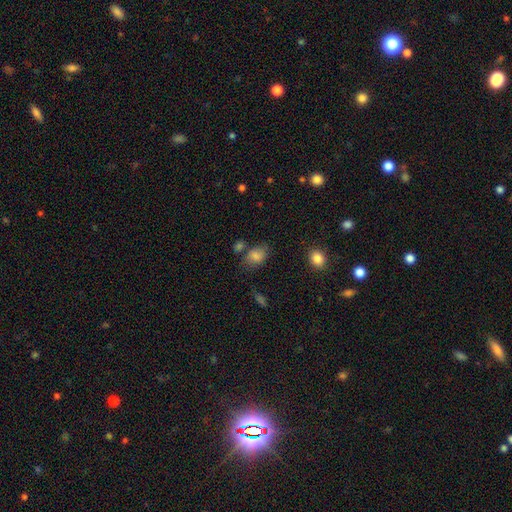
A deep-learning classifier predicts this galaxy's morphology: This is clearly a smooth galaxy (82%). How rounded: likely in between (77%). Merging: likely none (62%).